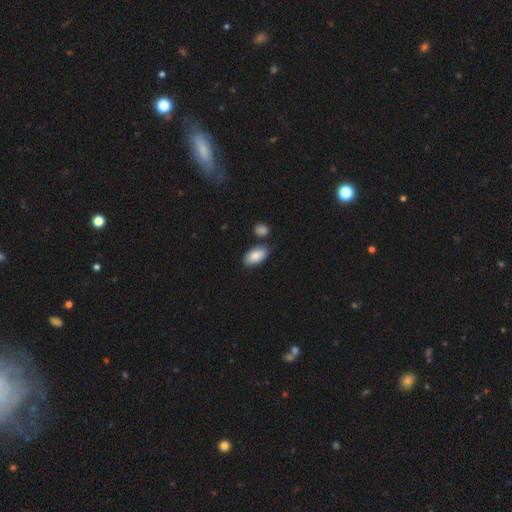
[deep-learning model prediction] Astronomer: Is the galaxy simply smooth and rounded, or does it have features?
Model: smooth — 85%.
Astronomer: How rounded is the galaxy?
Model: in between — 94%.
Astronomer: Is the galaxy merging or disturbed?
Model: none — 75%.